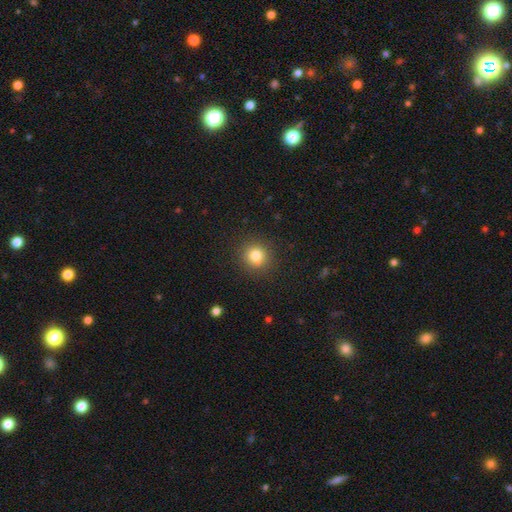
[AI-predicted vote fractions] Overall: smooth (81%). How rounded: round (90%). Merging: none (88%).